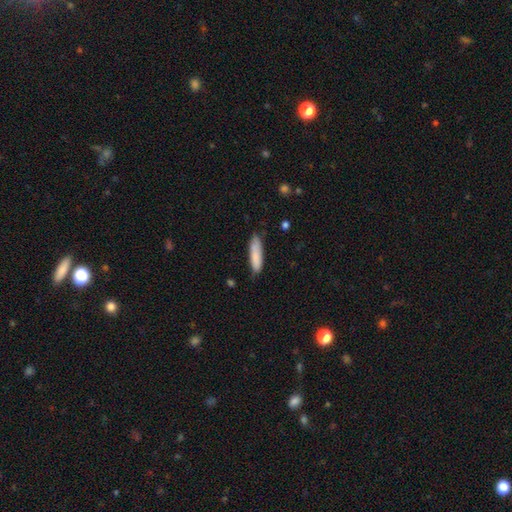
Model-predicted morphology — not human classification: smooth 85%, featured or disk 9%, star or artifact 6%. Down the decision tree: how rounded — cigar-shaped (69%); merging — none (75%).